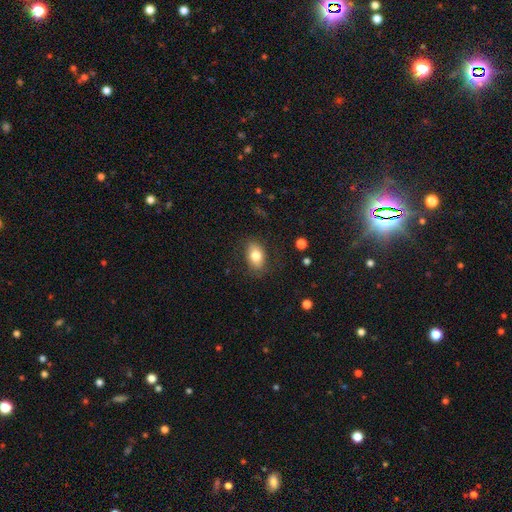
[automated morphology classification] smooth 79%, featured or disk 13%, star or artifact 8%. Down the decision tree: how rounded — in between (85%); merging — none (78%).